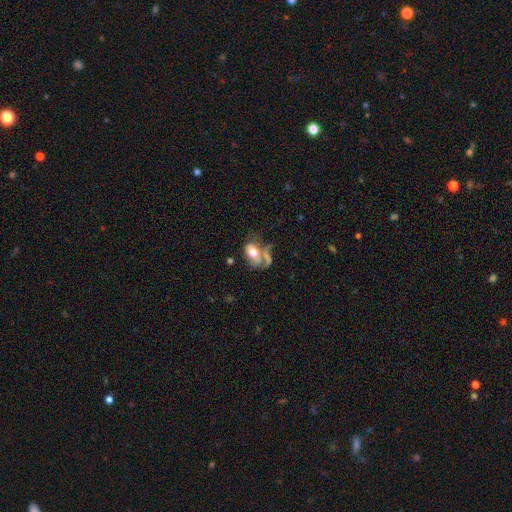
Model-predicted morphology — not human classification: Smooth or featured? smooth (53%)
How rounded? in between (77%)
Merging? merger (34%)